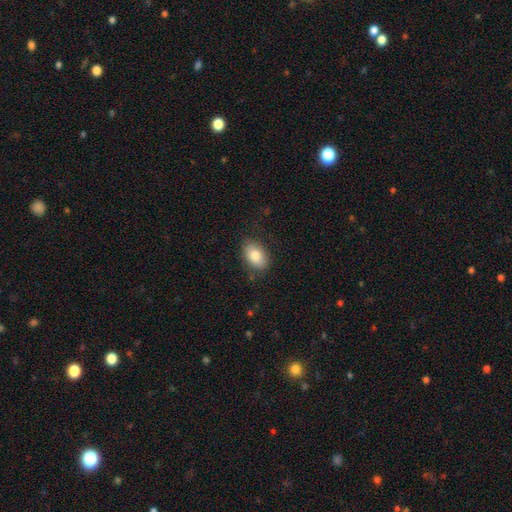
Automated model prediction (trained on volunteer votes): A smooth galaxy with no disk features (82%) that is in between round and cigar-shaped (85%).

Vote fractions:
- Smooth or featured? smooth: 82% / featured or disk: 11% / star or artifact: 7%
- How rounded? in between: 85% / round: 13% / cigar-shaped: 1%
- Merging? none: 81% / minor disturbance: 14% / major disturbance: 3% / merger: 1%